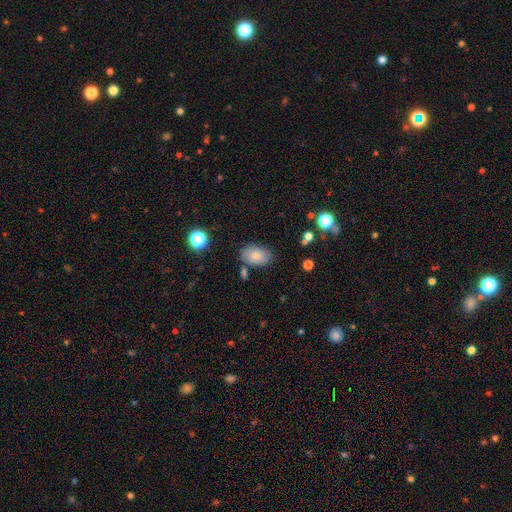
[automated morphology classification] Q: Smooth or featured?
A: smooth (82%); runner-up: featured or disk (9%)
Q: How rounded?
A: in between (89%); runner-up: round (10%)
Q: Merging?
A: none (75%); runner-up: minor disturbance (16%)